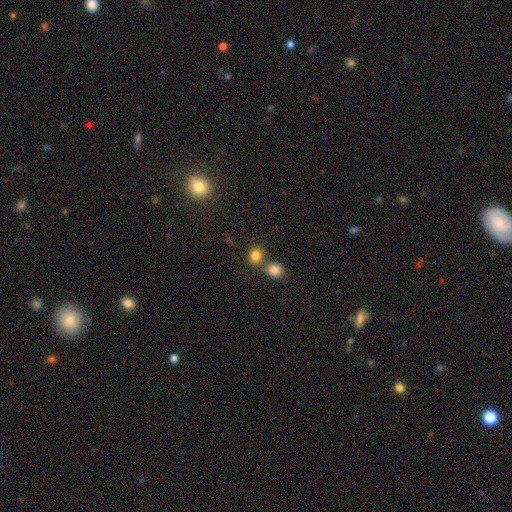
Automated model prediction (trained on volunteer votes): Smooth or featured?
  - smooth: 82% *
  - star or artifact: 12%
  - featured or disk: 6%
How rounded?
  - round: 69% *
  - in between: 30%
  - cigar-shaped: 1%
Merging?
  - none: 53% *
  - merger: 35%
  - minor disturbance: 8%
  - major disturbance: 3%